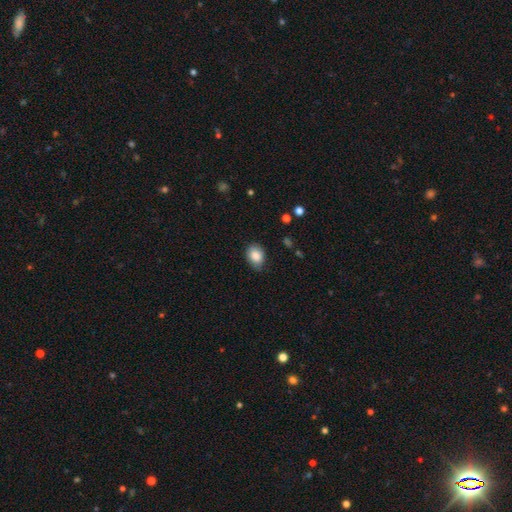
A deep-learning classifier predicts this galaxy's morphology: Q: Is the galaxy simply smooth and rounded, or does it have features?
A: smooth — 86%.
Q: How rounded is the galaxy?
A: in between — 63%.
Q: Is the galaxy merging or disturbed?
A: none — 75%.